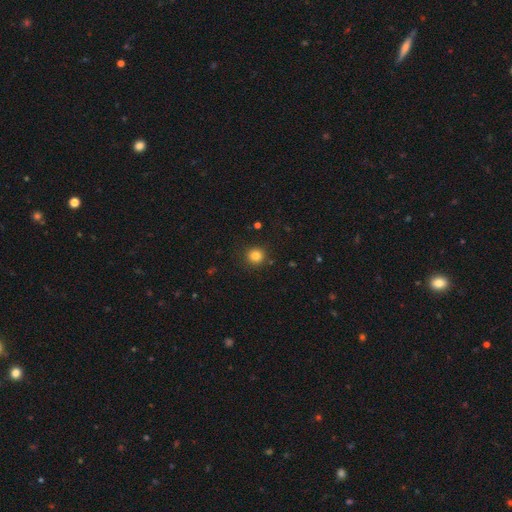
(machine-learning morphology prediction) type=smooth (83%); roundness=round (92%); merging=none (89%).